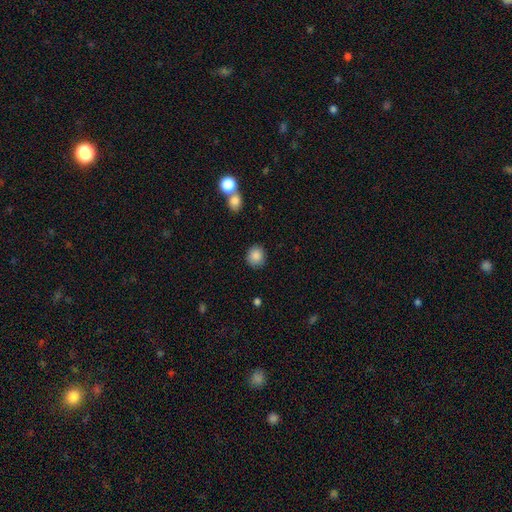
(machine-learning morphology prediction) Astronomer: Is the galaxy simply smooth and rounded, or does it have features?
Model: smooth — 87%.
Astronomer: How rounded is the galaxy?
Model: round — 85%.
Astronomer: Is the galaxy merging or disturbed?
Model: none — 87%.